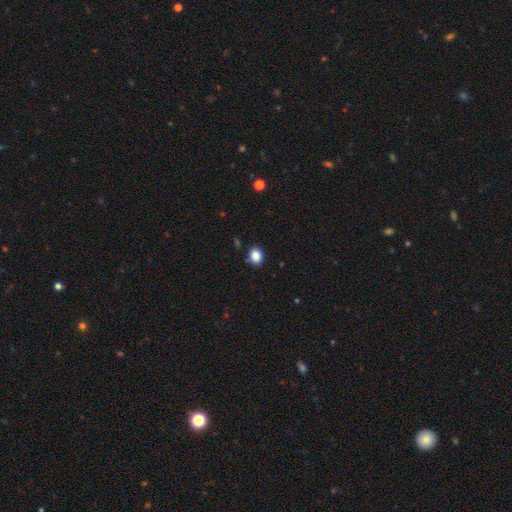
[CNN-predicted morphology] A smooth galaxy with no disk features (86%) that is round (53%).

Vote fractions:
- Smooth or featured? smooth: 86% / star or artifact: 10% / featured or disk: 4%
- How rounded? round: 53% / in between: 46% / cigar-shaped: 1%
- Merging? none: 87% / minor disturbance: 10% / major disturbance: 2% / merger: 2%